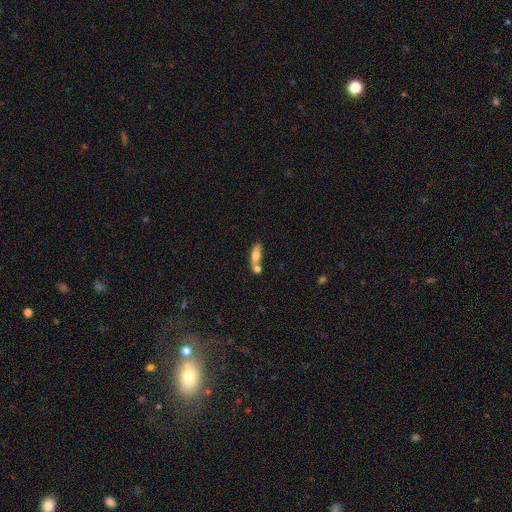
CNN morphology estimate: This appears to be a smooth galaxy with no disk features (67%) that is in between round and cigar-shaped (58%). Merging: none (49%).